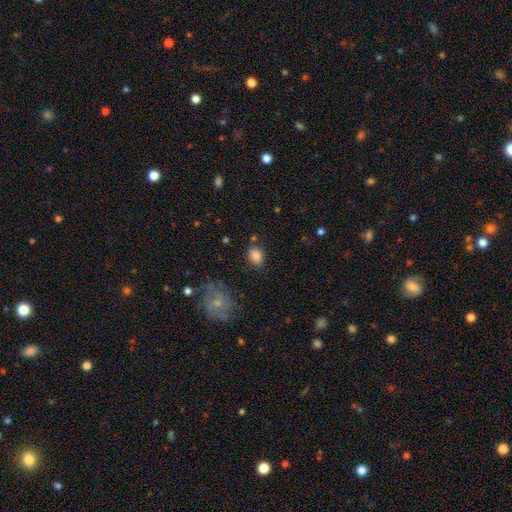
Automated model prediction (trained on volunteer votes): smooth 84%, star or artifact 9%, featured or disk 7%. Down the decision tree: how rounded — in between (63%); merging — none (80%).